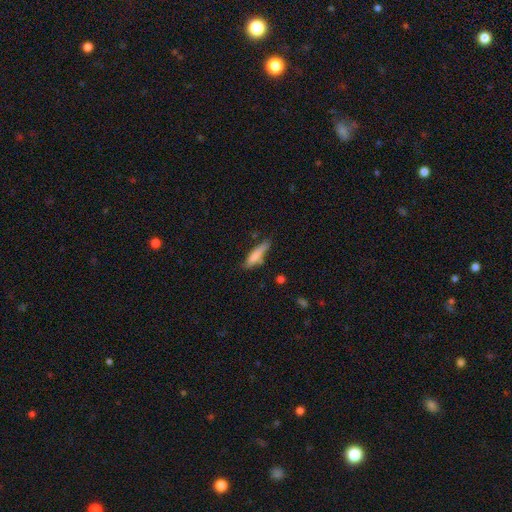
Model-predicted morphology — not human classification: The model was most divided on "merging": none: 67%, minor disturbance: 22%, merger: 7%, major disturbance: 5%. More confident: how rounded — cigar-shaped (80%); smooth or featured — smooth (74%).